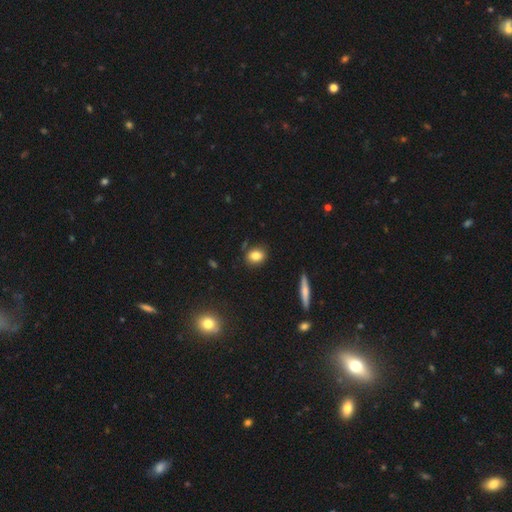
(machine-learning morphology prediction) Smooth or featured? Predicted: smooth (p=0.83). How rounded? Predicted: in between (p=0.59). Merging? Predicted: none (p=0.83).